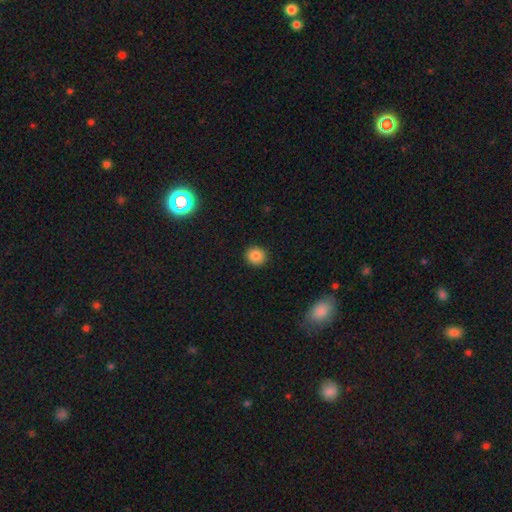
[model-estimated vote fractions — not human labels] smooth 85%, star or artifact 11%, featured or disk 4%. Down the decision tree: how rounded — round (88%); merging — none (92%).